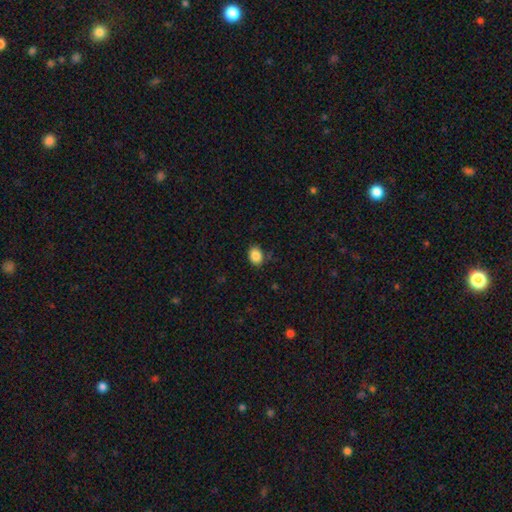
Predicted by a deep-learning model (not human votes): Q: Smooth or featured?
A: smooth (87%); runner-up: star or artifact (9%)
Q: How rounded?
A: in between (68%); runner-up: round (31%)
Q: Merging?
A: none (83%); runner-up: minor disturbance (12%)